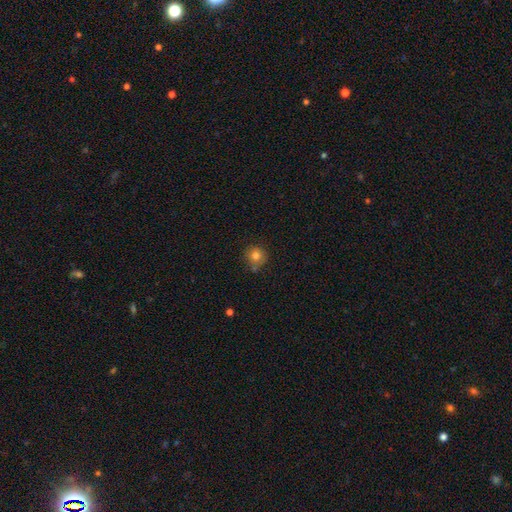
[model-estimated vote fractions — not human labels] Overall: smooth (82%). How rounded: round (92%). Merging: none (74%).